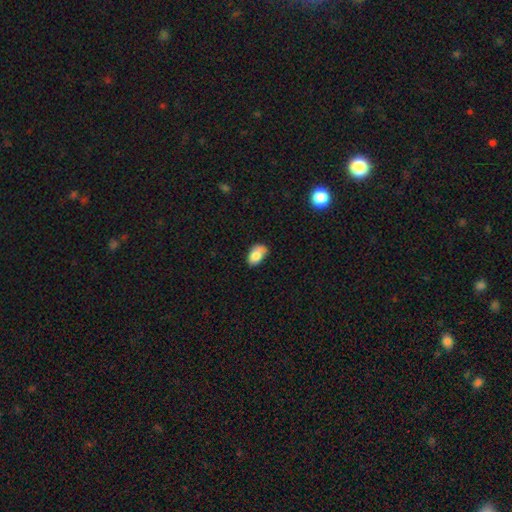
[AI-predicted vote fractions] Smooth or featured? smooth (83%)
How rounded? in between (91%)
Merging? none (56%)